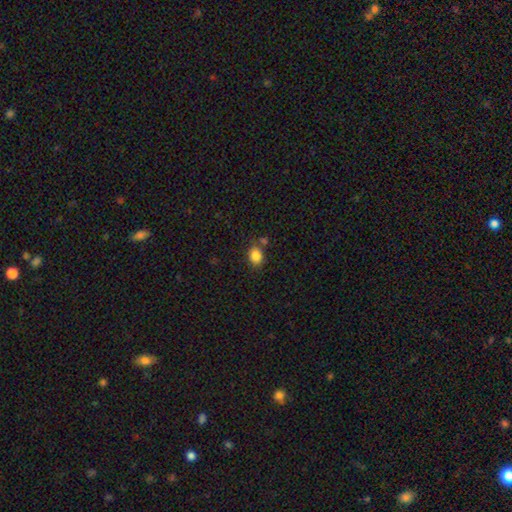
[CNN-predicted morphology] smooth 85%, star or artifact 10%, featured or disk 5%. Down the decision tree: how rounded — in between (59%); merging — none (70%).